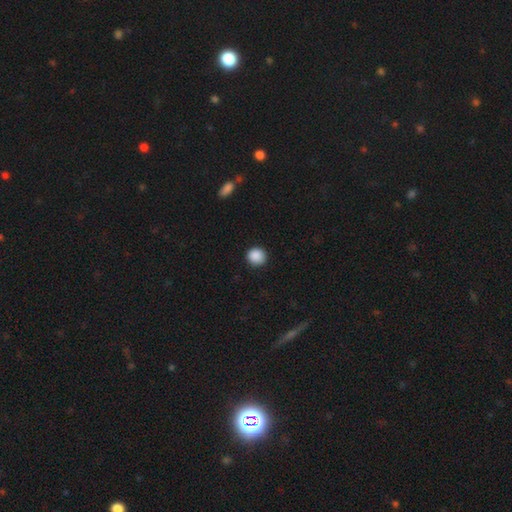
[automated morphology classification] smooth-or-featured: smooth: 89% | star or artifact: 9% | featured or disk: 3%
  how-rounded: round: 91% | in between: 8% | cigar-shaped: 1%
  merging: none: 89% | minor disturbance: 7% | major disturbance: 2% | merger: 1%